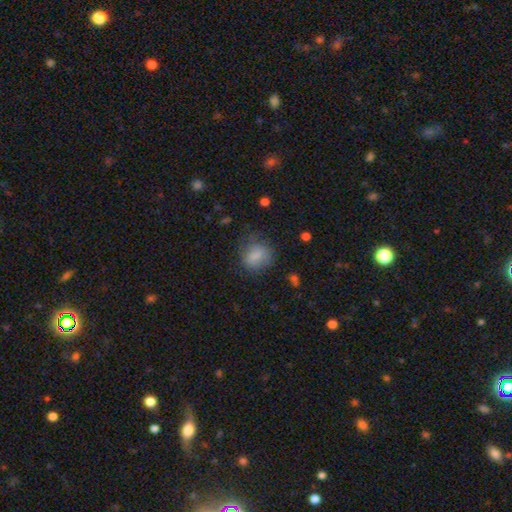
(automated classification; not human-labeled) Smooth or featured: smooth — 81% (featured or disk — 10%)
How rounded: round — 58% (in between — 40%)
Merging: none — 68% (minor disturbance — 22%)